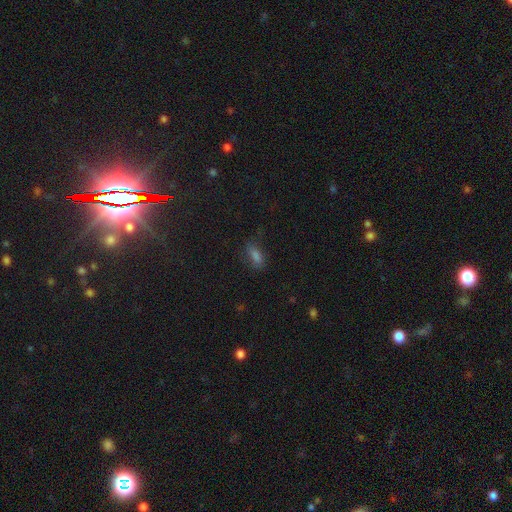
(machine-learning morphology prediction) This is likely a smooth galaxy (65%). How rounded: likely in between (71%). Merging: likely none (68%).